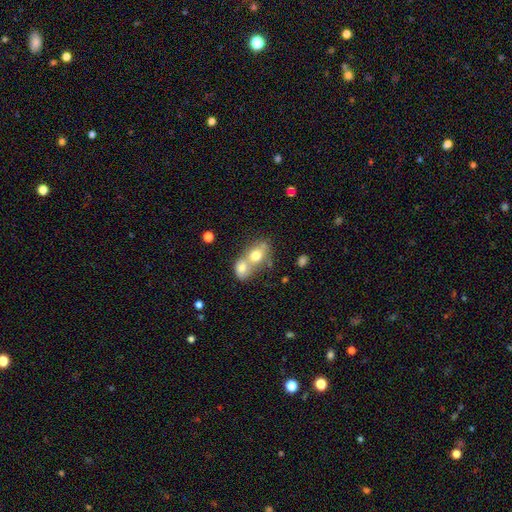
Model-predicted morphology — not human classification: smooth_or_featured: smooth (p=0.70) [alt: featured or disk p=0.20]
how_rounded: in between (p=0.56) [alt: round p=0.42]
merging: merger (p=0.72) [alt: none p=0.20]